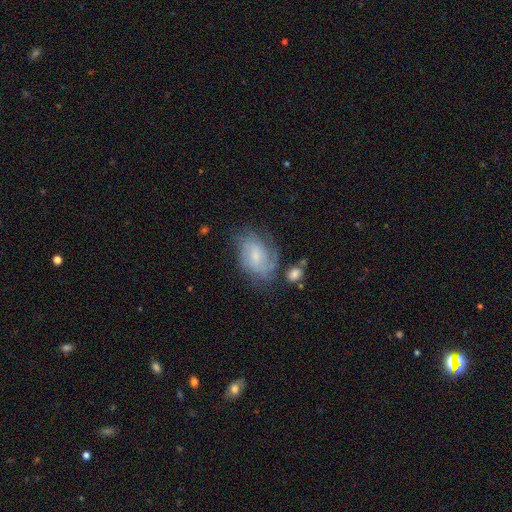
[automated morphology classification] A featured or disk galaxy (61%) with no bar (53%), tight (47%) spiral arms (87%) and a small central bulge (54%). Merging: none (63%).